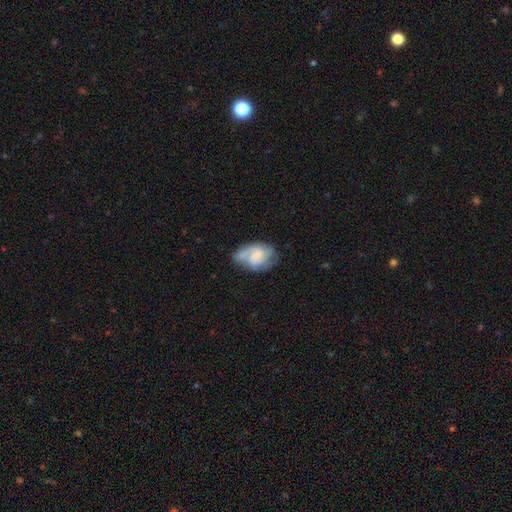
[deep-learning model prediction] Morphology: type=featured or disk (75%); edge-on=no (98%); bar=weak (46%); spiral arms=yes (94%); winding=medium (48%); arm count=2 (62%); bulge=small (51%); merging=none (62%).